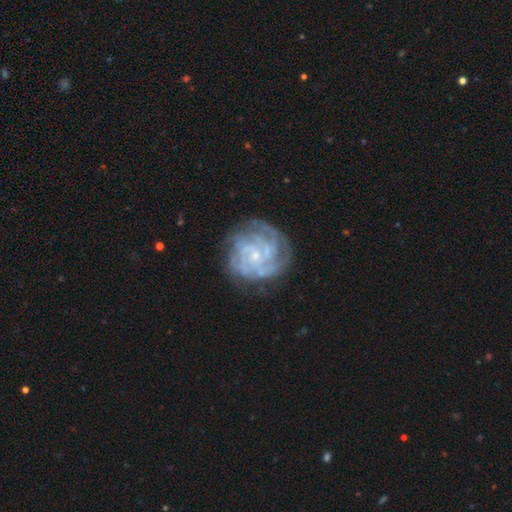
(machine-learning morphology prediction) Overall: featured or disk (84%). Edge-on disk: no (98%). Bar: no (75%). Spiral arms: yes (95%). Spiral arm count: can't tell (30%; 4 26%). Spiral winding: tight (74%). Bulge size: small (78%). Merging: none (73%).